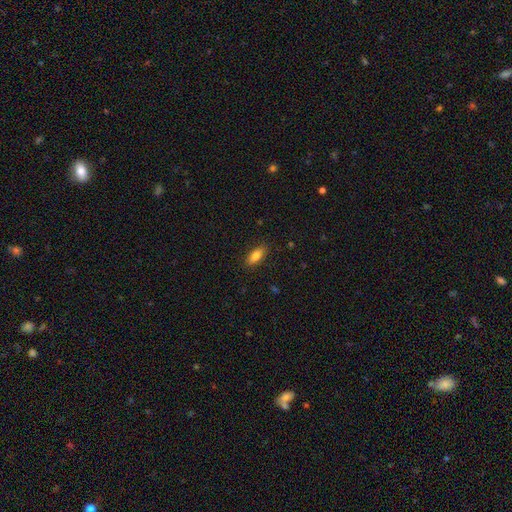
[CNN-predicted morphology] This appears to be a smooth galaxy with no disk features (83%) that is in between round and cigar-shaped (80%). Merging: none (86%).